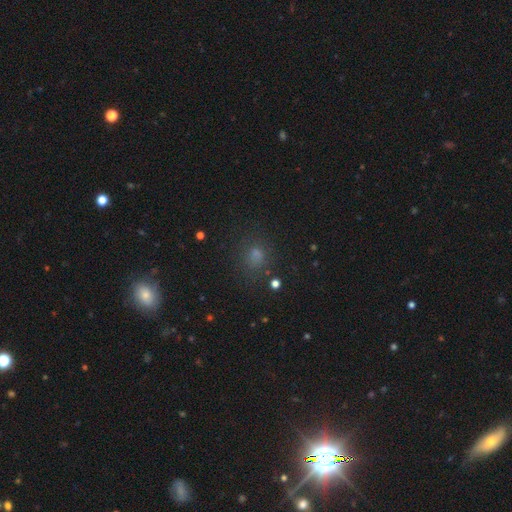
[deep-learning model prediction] Overall: smooth (67%). How rounded: round (70%). Merging: none (76%).